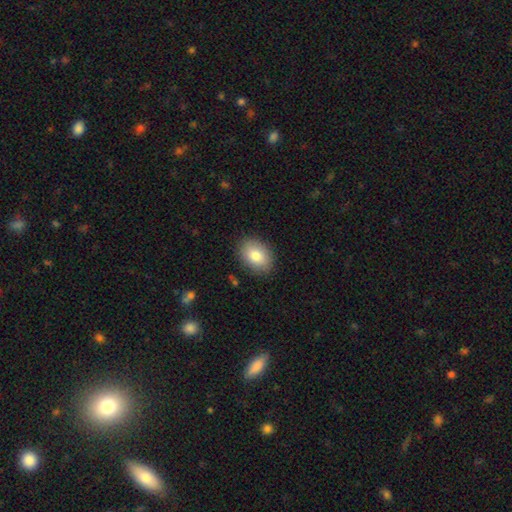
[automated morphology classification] This is clearly a smooth galaxy (82%). How rounded: likely in between (79%). Merging: clearly none (87%).